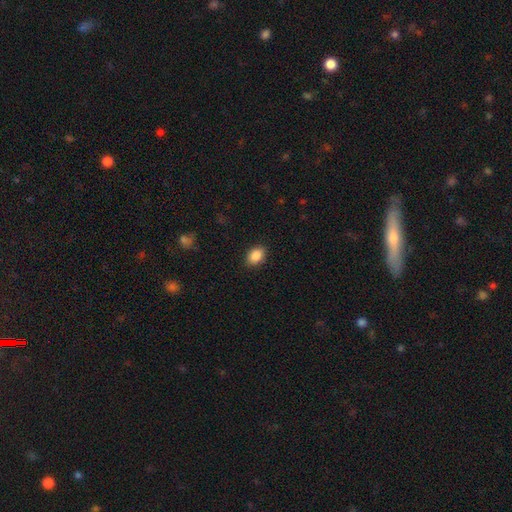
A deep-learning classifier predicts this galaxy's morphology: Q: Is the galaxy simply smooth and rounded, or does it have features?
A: smooth — 88%.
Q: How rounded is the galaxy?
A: in between — 82%.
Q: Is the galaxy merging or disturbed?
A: none — 89%.